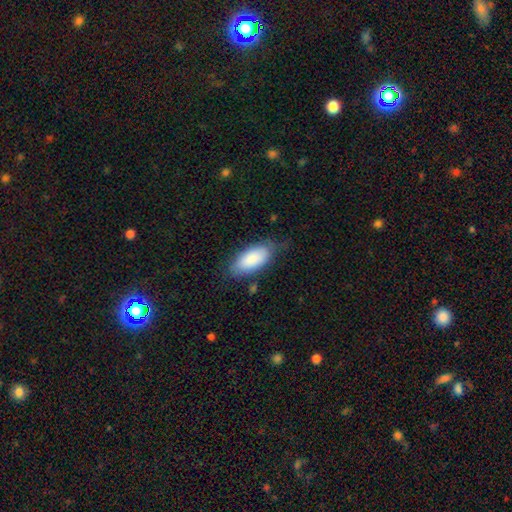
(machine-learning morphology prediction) Overall: smooth (85%). How rounded: in between (90%). Merging: none (68%).